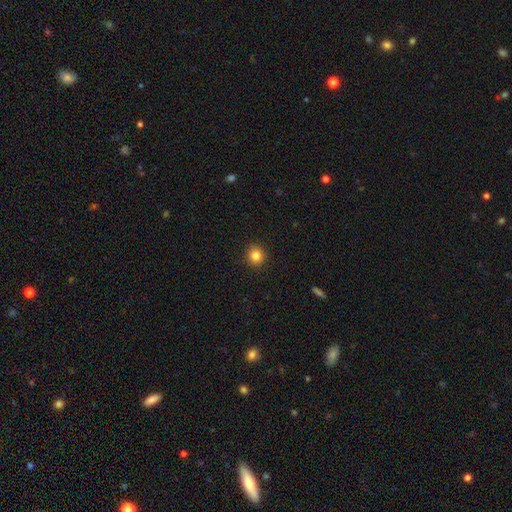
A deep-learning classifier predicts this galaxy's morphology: This is clearly a smooth galaxy (84%). How rounded: clearly round (90%). Merging: clearly none (91%).